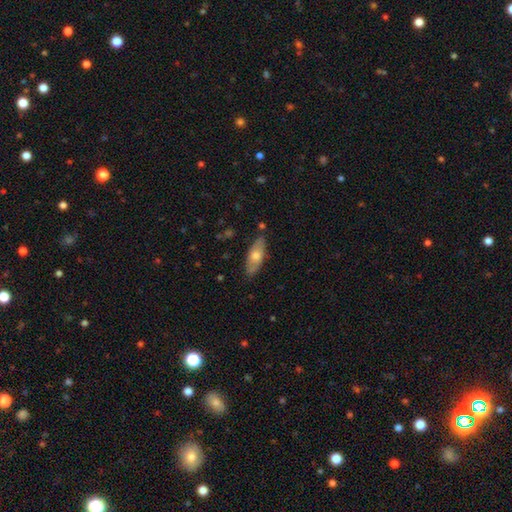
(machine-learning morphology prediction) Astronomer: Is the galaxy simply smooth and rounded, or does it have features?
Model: smooth — 57% (runner-up: featured or disk, 36%).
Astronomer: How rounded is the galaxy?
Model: in between — 70%.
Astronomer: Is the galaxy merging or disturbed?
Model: none — 83%.